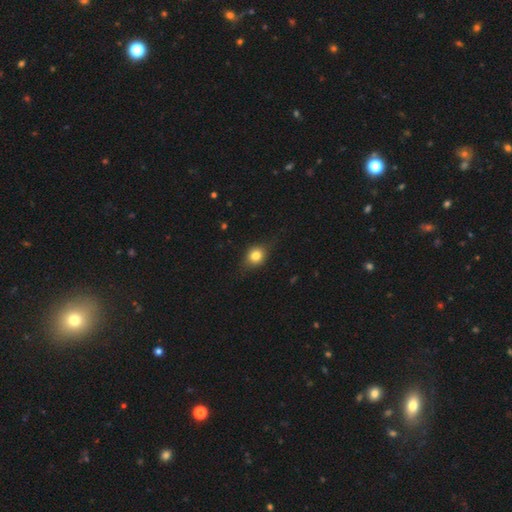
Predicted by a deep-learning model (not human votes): A smooth galaxy with no disk features (75%) that is round (60%). Merging: none (74%).